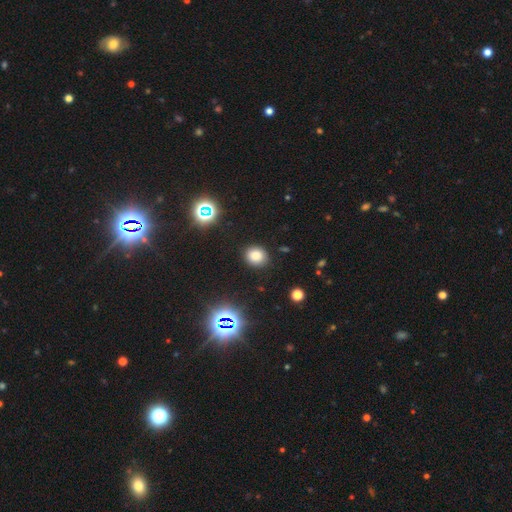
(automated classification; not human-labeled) A smooth galaxy with no disk features (78%) that is round (77%). Merging: none (87%).